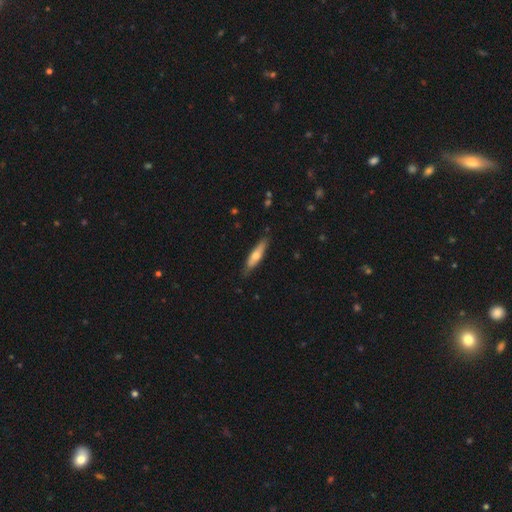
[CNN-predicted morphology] A smooth galaxy with no disk features (59%) that is cigar-shaped (77%).

Vote fractions:
- Smooth or featured? smooth: 59% / featured or disk: 36% / star or artifact: 5%
- How rounded? cigar-shaped: 77% / in between: 22% / round: 2%
- Merging? none: 83% / minor disturbance: 13% / major disturbance: 2% / merger: 1%